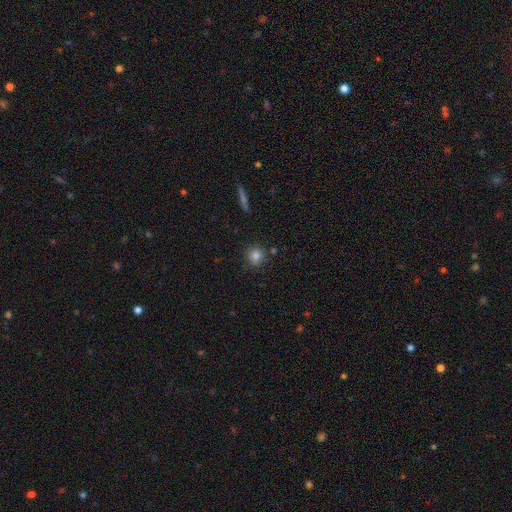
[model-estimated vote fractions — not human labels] smooth_or_featured: smooth (p=0.83) [alt: star or artifact p=0.11]
how_rounded: round (p=0.91) [alt: in between p=0.07]
merging: none (p=0.83) [alt: minor disturbance p=0.10]